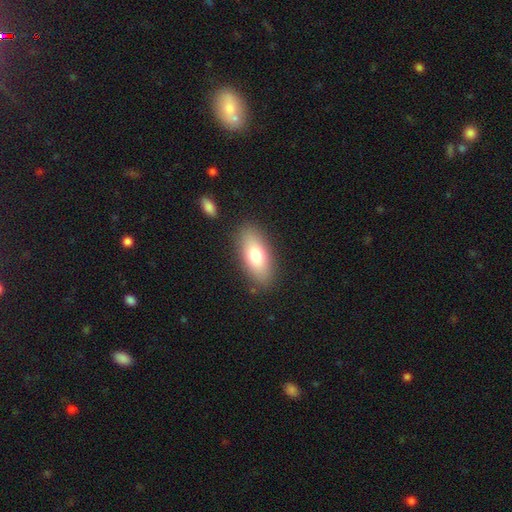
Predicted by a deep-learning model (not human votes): smooth-or-featured: smooth: 75% | featured or disk: 18% | star or artifact: 7%
  how-rounded: in between: 83% | cigar-shaped: 13% | round: 4%
  merging: none: 85% | minor disturbance: 10% | major disturbance: 3% | merger: 2%